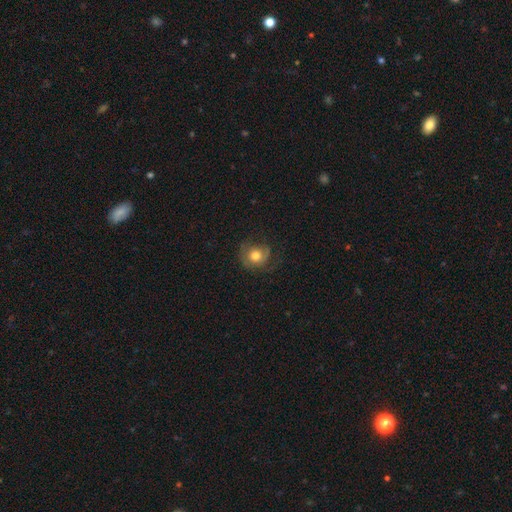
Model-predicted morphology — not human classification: A smooth galaxy with no disk features (59%) that is round (79%).

Vote fractions:
- Smooth or featured? smooth: 59% / featured or disk: 33% / star or artifact: 9%
- How rounded? round: 79% / in between: 20% / cigar-shaped: 1%
- Merging? none: 56% / minor disturbance: 23% / major disturbance: 20% / merger: 1%